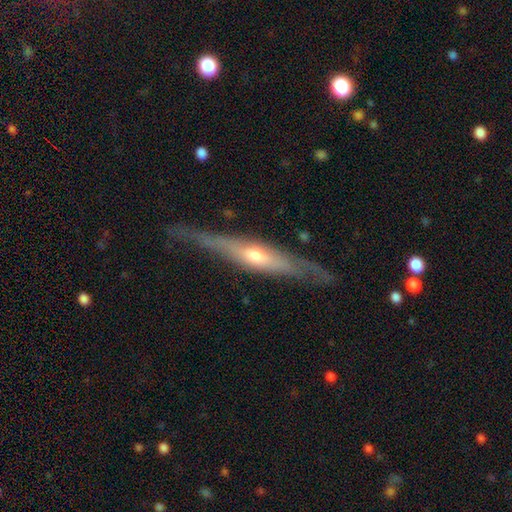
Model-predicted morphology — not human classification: A featured or disk galaxy (78%) viewed edge-on (91%) with a rounded central bulge (79%).

Vote fractions:
- Smooth or featured? featured or disk: 78% / smooth: 17% / star or artifact: 5%
- Edge-on disk? yes: 91% / no: 9%
- Edge-on bulge? rounded: 79% / none: 11% / boxy: 10%
- Merging? none: 76% / minor disturbance: 17% / major disturbance: 5% / merger: 2%